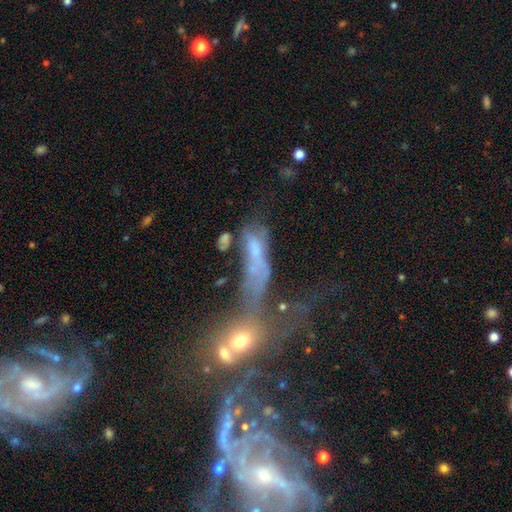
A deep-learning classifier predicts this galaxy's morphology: Smooth or featured? featured or disk (43%)
Merging? merger (47%)